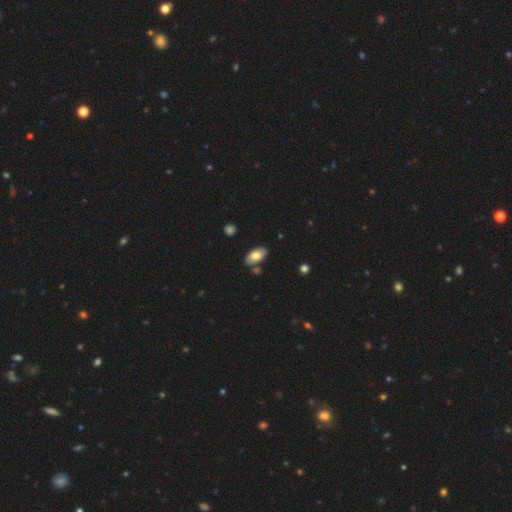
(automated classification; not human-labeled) smooth_or_featured: smooth (p=0.77) [alt: featured or disk p=0.16]
how_rounded: in between (p=0.94) [alt: cigar-shaped p=0.03]
merging: none (p=0.81) [alt: minor disturbance p=0.11]